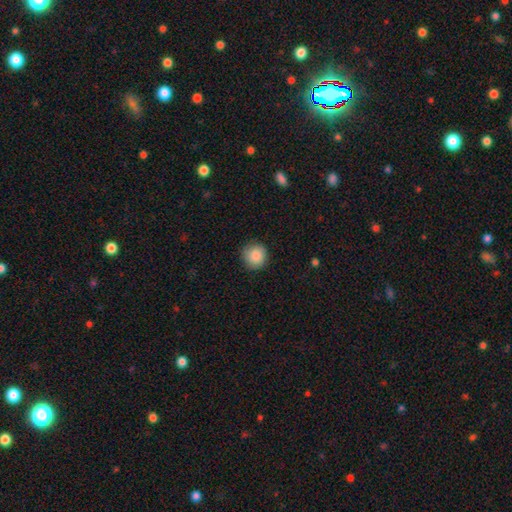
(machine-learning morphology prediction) smooth 87%, star or artifact 8%, featured or disk 5%. Down the decision tree: how rounded — round (93%); merging — none (86%).